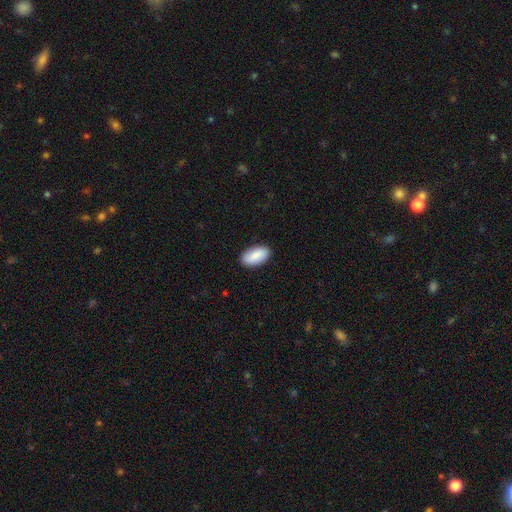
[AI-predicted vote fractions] This appears to be a smooth galaxy with no disk features (87%) that is in between round and cigar-shaped (95%). Merging: none (89%).